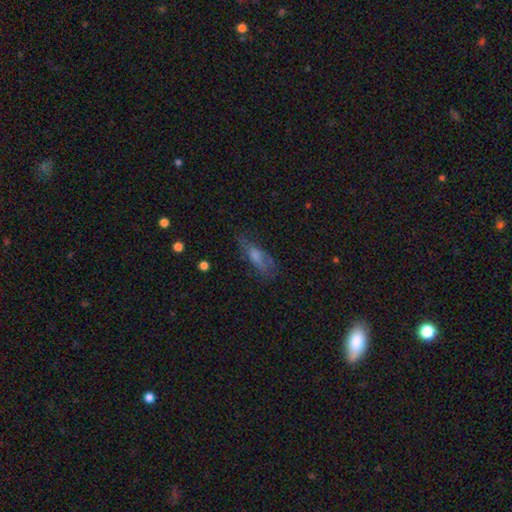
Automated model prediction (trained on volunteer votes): smooth-or-featured: smooth: 49% | featured or disk: 36% | star or artifact: 15%
  merging: none: 61% | minor disturbance: 24% | major disturbance: 13% | merger: 2%